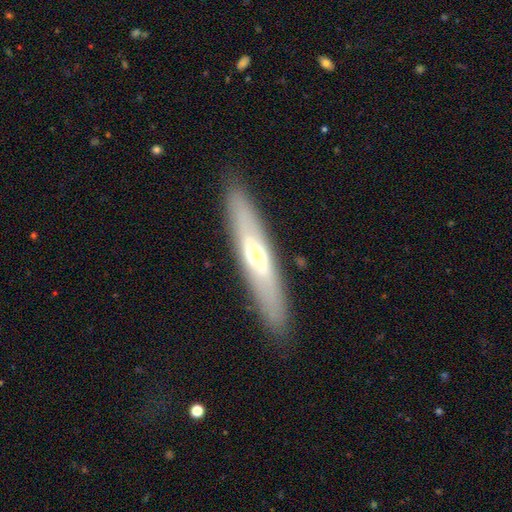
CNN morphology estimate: Smooth or featured? Predicted: featured or disk (p=0.54). Edge-on disk? Predicted: yes (p=0.69). Merging? Predicted: none (p=0.88).